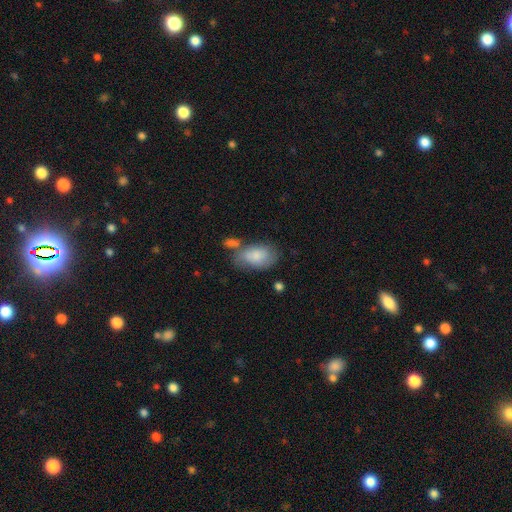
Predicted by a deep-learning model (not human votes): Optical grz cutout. It shows a smooth galaxy with no disk features (75%) that is in between round and cigar-shaped (90%). Merging: none (49%).